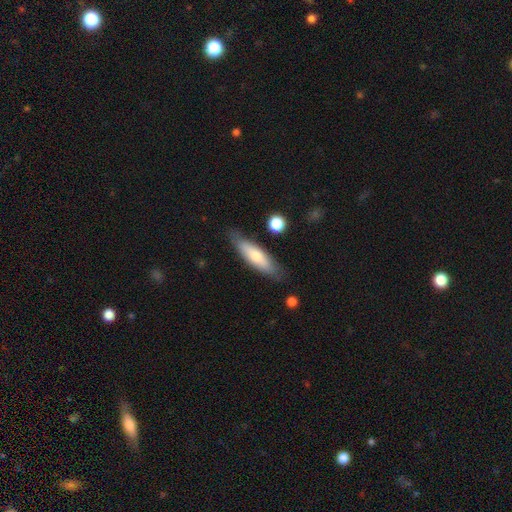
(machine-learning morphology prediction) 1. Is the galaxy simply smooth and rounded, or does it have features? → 65% smooth, 29% featured or disk, 6% star or artifact.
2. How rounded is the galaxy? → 61% cigar-shaped, 37% in between, 2% round.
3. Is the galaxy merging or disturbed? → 79% none, 15% minor disturbance, 3% major disturbance, 2% merger.